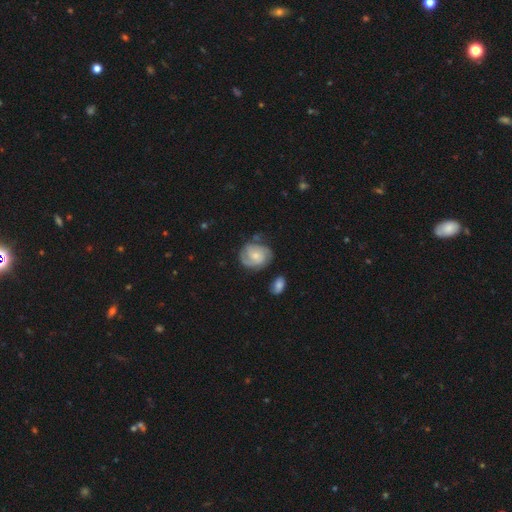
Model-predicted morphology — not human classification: smooth-or-featured: featured or disk: 63% | smooth: 30% | star or artifact: 7%
  disk-edge-on: no: 97% | yes: 3%
    bar: no: 68% | weak: 28% | strong: 4%
    has-spiral-arms: yes: 89% | no: 11%
      spiral-winding: tight: 52% | medium: 36% | loose: 12%
      spiral-arm-count: 2: 47% | can't tell: 25% | 3: 17% | 1: 5% | 4: 3% | more than 4: 3%
    bulge-size: small: 49% | moderate: 43% | none: 4% | large: 3% | dominant: 1%
  merging: none: 65% | minor disturbance: 23% | major disturbance: 8% | merger: 5%